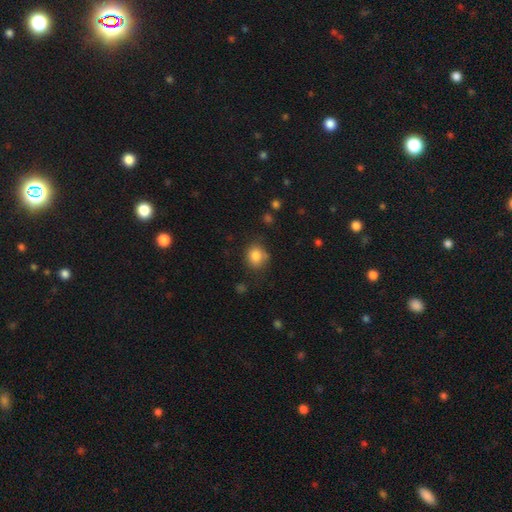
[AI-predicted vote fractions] This is clearly a smooth galaxy (83%). How rounded: likely round (72%). Merging: likely none (73%).